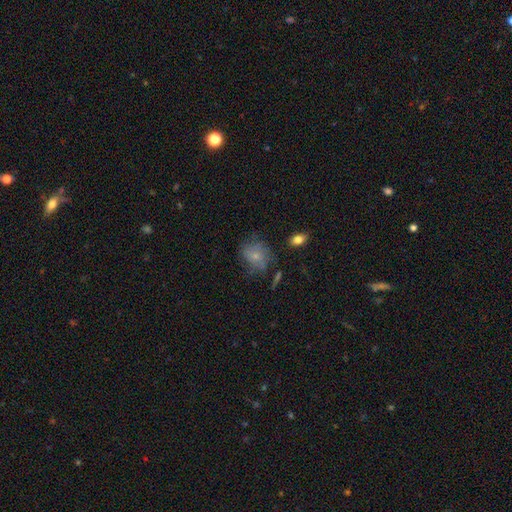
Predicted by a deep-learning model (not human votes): Q: Smooth or featured?
A: smooth (61%); runner-up: featured or disk (28%)
Q: How rounded?
A: round (50%); runner-up: in between (49%)
Q: Merging?
A: none (54%); runner-up: minor disturbance (28%)